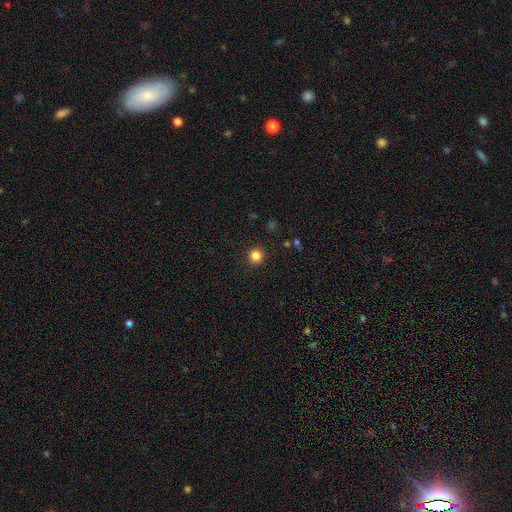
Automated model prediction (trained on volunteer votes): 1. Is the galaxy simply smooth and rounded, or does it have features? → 84% smooth, 12% star or artifact, 4% featured or disk.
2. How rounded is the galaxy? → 95% round, 5% in between, 1% cigar-shaped.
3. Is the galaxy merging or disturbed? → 92% none, 5% minor disturbance, 2% major disturbance, 1% merger.